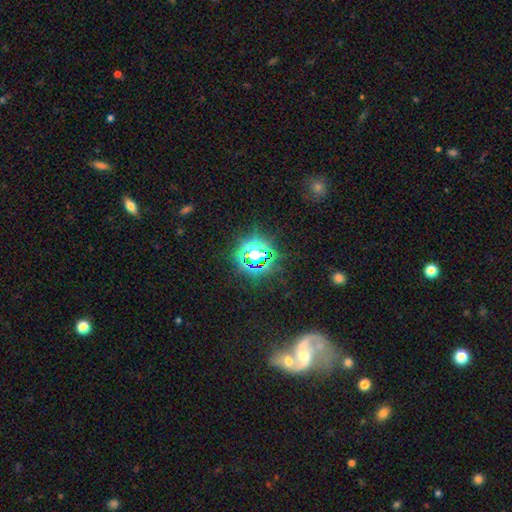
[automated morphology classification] Smooth or featured?
  - star or artifact: 69% *
  - smooth: 21%
  - featured or disk: 10%